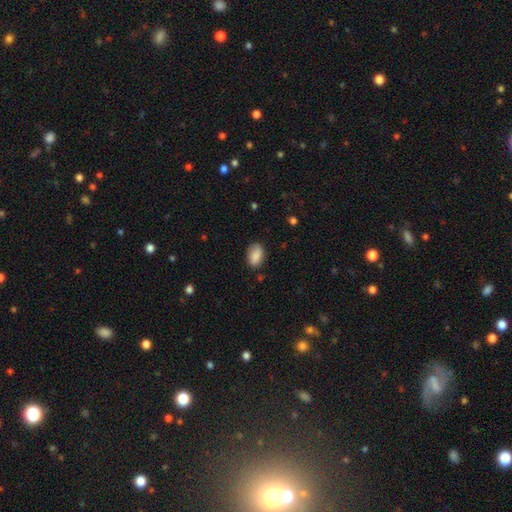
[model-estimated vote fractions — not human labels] Smooth or featured? Predicted: smooth (p=0.87). How rounded? Predicted: in between (p=0.90). Merging? Predicted: none (p=0.77).